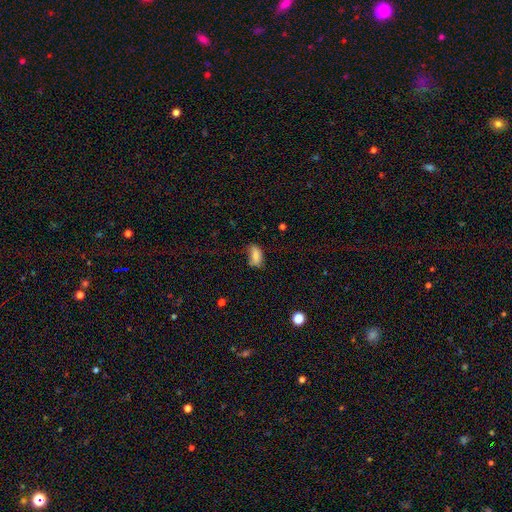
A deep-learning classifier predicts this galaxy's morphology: Overall: smooth (82%). How rounded: in between (90%). Merging: none (55%; minor disturbance 32%).